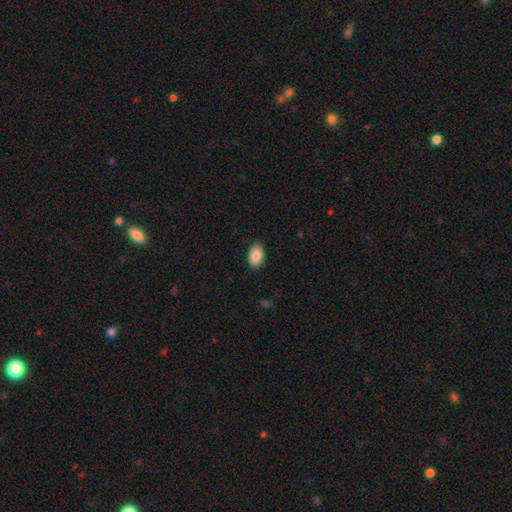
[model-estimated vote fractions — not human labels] Overall: smooth (88%). How rounded: in between (94%). Merging: none (90%).